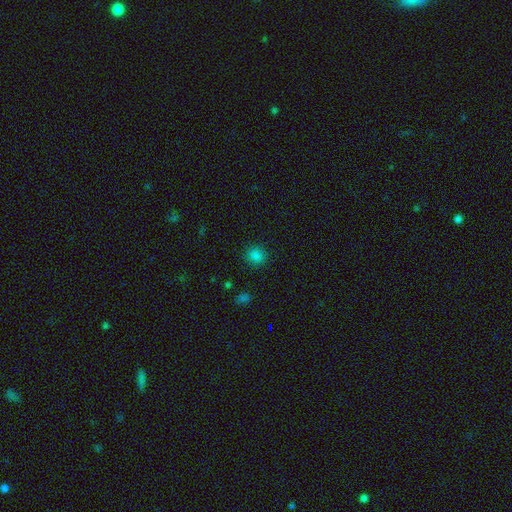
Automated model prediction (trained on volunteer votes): Overall: smooth (82%). How rounded: round (84%). Merging: none (90%).